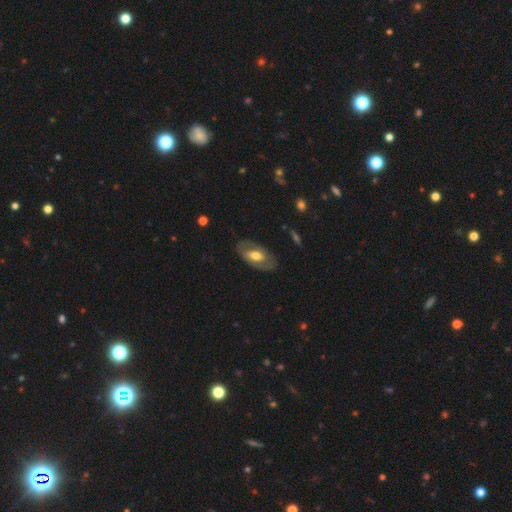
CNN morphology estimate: smooth_or_featured: featured or disk (p=0.54) [alt: smooth p=0.40]
disk_edge_on: no (p=0.88) [alt: yes p=0.12]
merging: none (p=0.80) [alt: minor disturbance p=0.14]